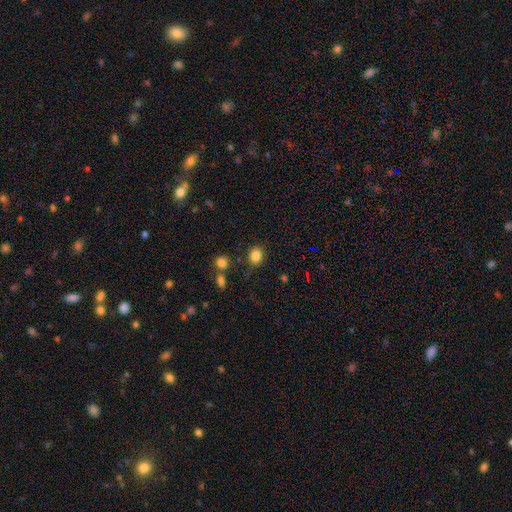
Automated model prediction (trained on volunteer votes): This is clearly a smooth galaxy (84%). How rounded: possibly in between (55%). Merging: likely none (77%).